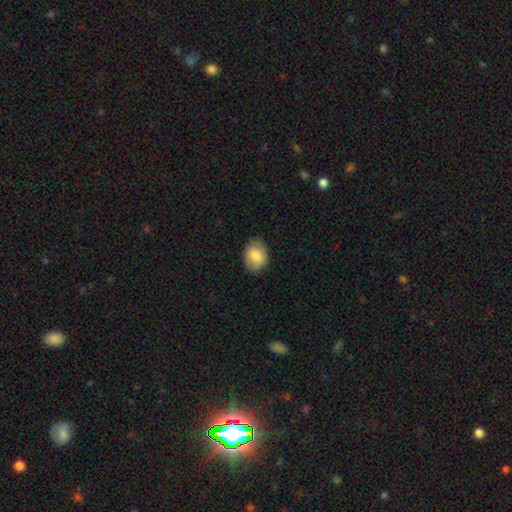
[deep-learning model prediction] Smooth or featured? Predicted: smooth (p=0.81). How rounded? Predicted: in between (p=0.64). Merging? Predicted: none (p=0.84).